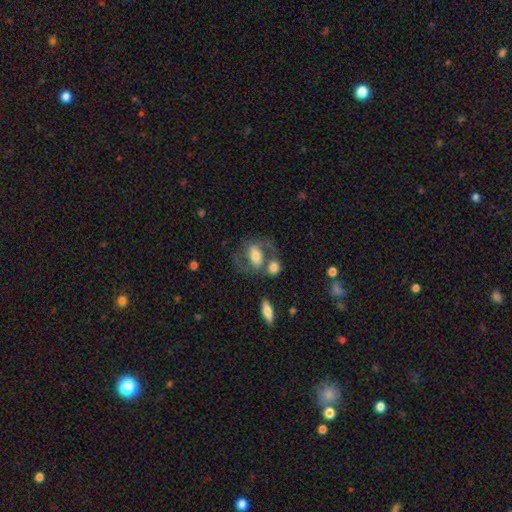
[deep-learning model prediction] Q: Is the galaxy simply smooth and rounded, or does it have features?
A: featured or disk — 66%.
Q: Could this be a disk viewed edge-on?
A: no — 95%.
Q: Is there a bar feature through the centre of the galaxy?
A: strong — 38%.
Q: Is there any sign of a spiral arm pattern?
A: yes — 84%.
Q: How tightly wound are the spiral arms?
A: medium — 54%.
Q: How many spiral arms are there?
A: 2 — 88%.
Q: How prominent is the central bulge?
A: moderate — 55%.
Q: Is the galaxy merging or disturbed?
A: none — 52%.